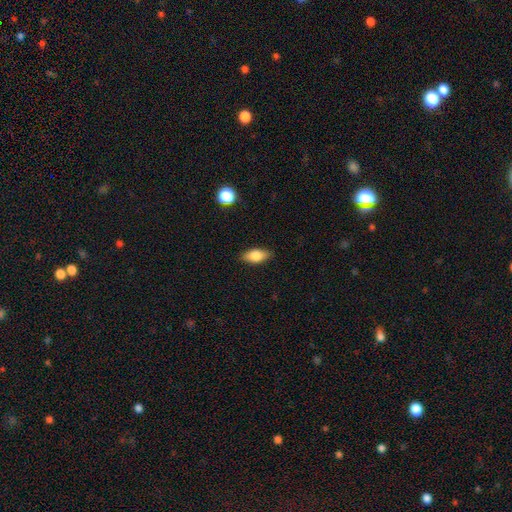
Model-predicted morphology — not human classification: smooth_or_featured: smooth (p=0.79) [alt: featured or disk p=0.13]
how_rounded: in between (p=0.87) [alt: cigar-shaped p=0.09]
merging: none (p=0.87) [alt: minor disturbance p=0.10]